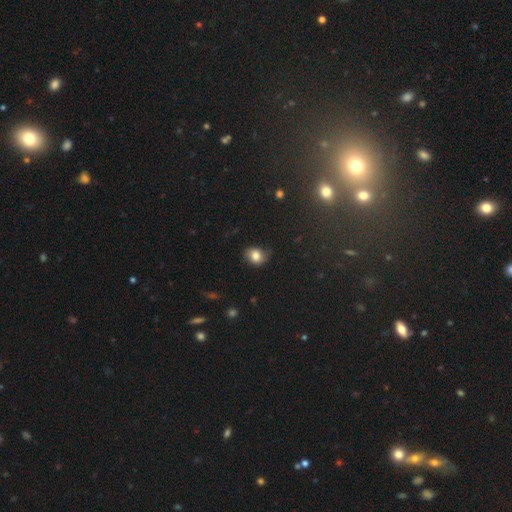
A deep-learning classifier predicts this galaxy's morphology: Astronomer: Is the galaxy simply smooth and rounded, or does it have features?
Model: smooth — 80%.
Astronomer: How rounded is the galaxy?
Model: round — 55% (runner-up: in between, 44%).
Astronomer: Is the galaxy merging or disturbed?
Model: none — 73%.